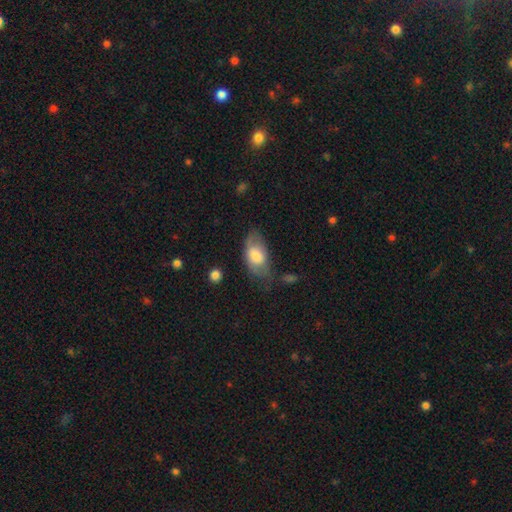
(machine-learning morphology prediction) smooth-or-featured: smooth: 68% | featured or disk: 25% | star or artifact: 6%
  how-rounded: in between: 92% | round: 5% | cigar-shaped: 3%
  merging: none: 50% | minor disturbance: 31% | major disturbance: 15% | merger: 4%